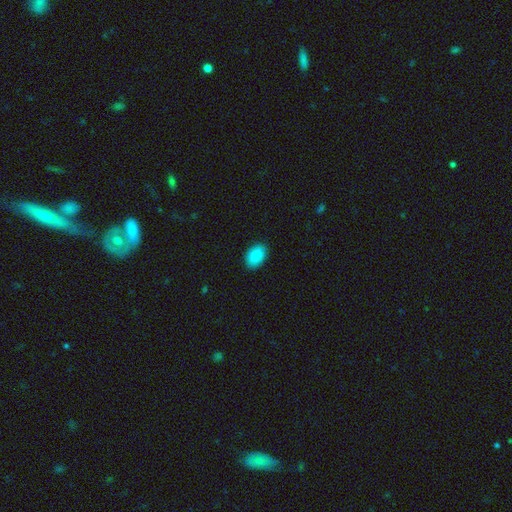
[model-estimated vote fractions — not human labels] Smooth or featured? Predicted: smooth (p=0.90). How rounded? Predicted: in between (p=0.87). Merging? Predicted: none (p=0.89).